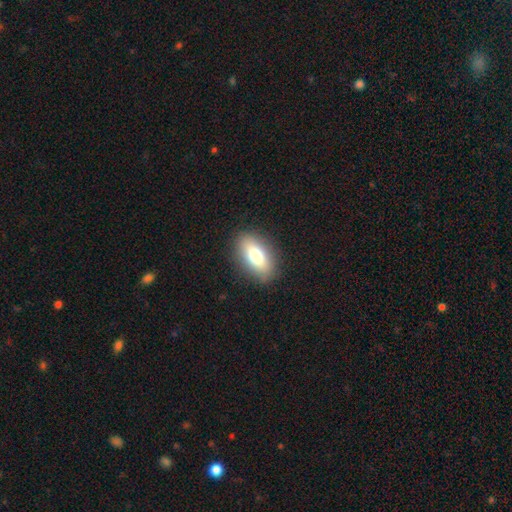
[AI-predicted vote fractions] Smooth or featured? Predicted: smooth (p=0.74). How rounded? Predicted: in between (p=0.86). Merging? Predicted: none (p=0.87).